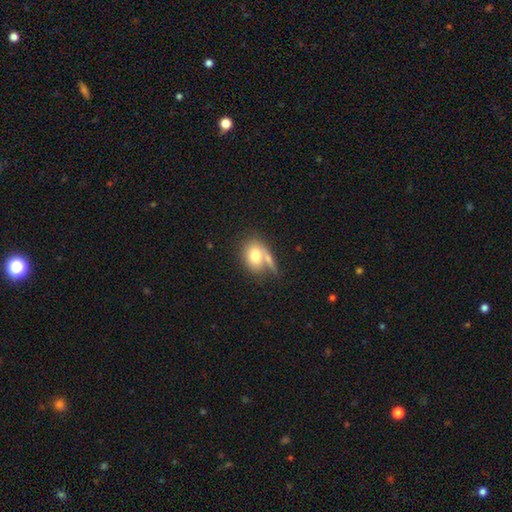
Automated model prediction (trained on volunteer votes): Smooth or featured? smooth (74%)
How rounded? in between (60%)
Merging? none (43%)